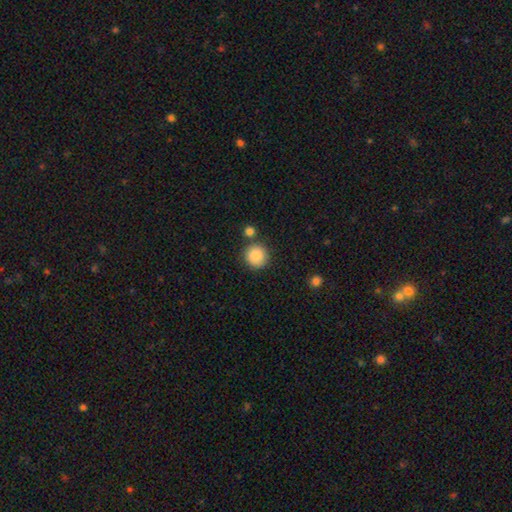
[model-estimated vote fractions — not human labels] Smooth or featured?
  - smooth: 87% *
  - star or artifact: 8%
  - featured or disk: 4%
How rounded?
  - round: 93% *
  - in between: 6%
  - cigar-shaped: 1%
Merging?
  - none: 80% *
  - minor disturbance: 9%
  - merger: 8%
  - major disturbance: 3%